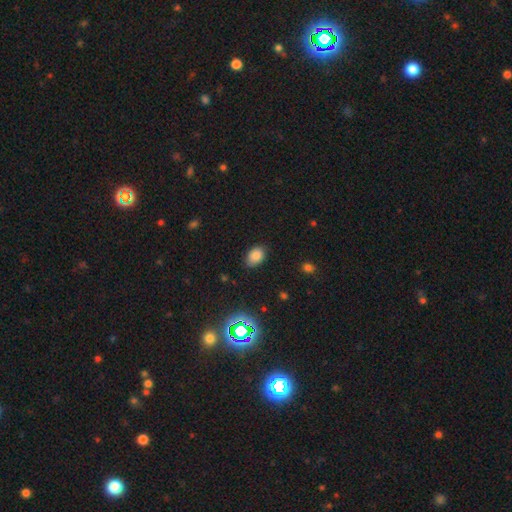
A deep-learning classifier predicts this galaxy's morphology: This appears to be a smooth galaxy with no disk features (82%) that is in between round and cigar-shaped (82%). Merging: none (80%).